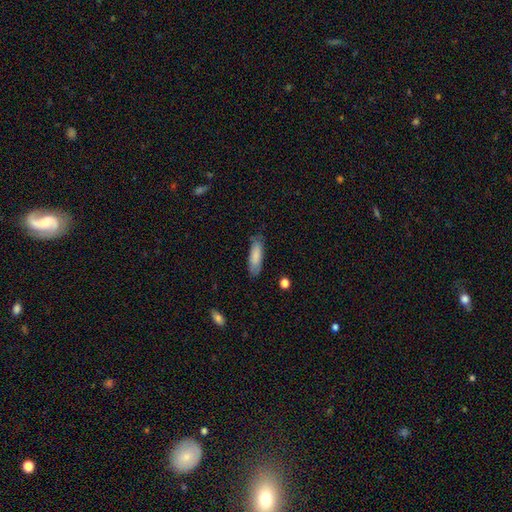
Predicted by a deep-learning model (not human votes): The model was most divided on "how rounded": cigar-shaped: 50%, in between: 49%, round: 2%. More confident: smooth or featured — smooth (82%); merging — none (77%).